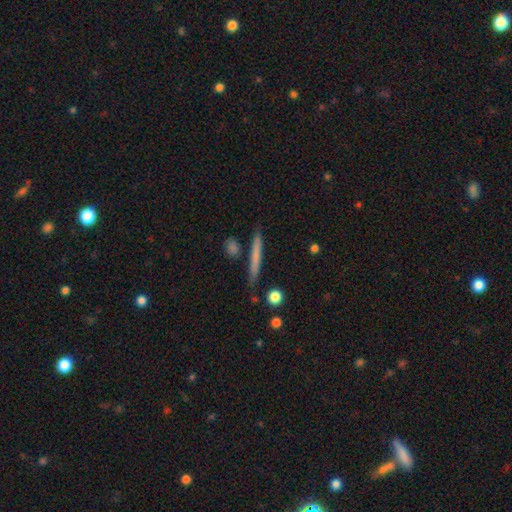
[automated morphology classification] Smooth or featured?
  - smooth: 64% *
  - featured or disk: 30%
  - star or artifact: 6%
How rounded?
  - cigar-shaped: 95% *
  - in between: 3%
  - round: 2%
Merging?
  - none: 86% *
  - minor disturbance: 9%
  - merger: 3%
  - major disturbance: 2%